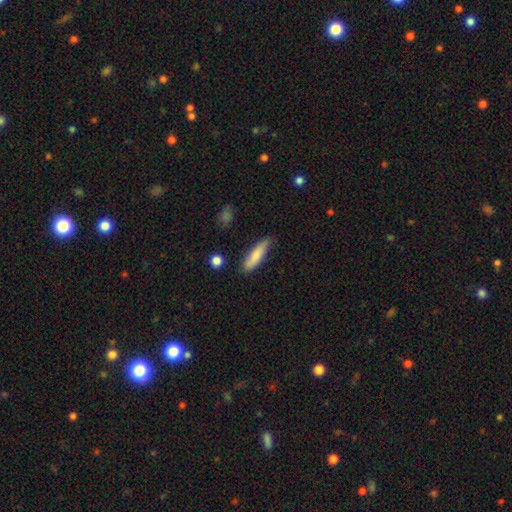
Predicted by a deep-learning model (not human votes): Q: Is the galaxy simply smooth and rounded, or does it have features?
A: smooth — 80%.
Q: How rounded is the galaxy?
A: cigar-shaped — 64%.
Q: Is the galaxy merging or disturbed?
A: none — 77%.